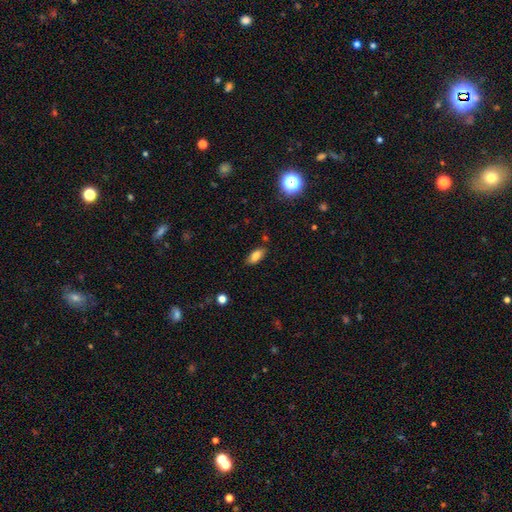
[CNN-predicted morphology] A smooth galaxy with no disk features (82%) that is in between round and cigar-shaped (87%). Merging: none (83%).